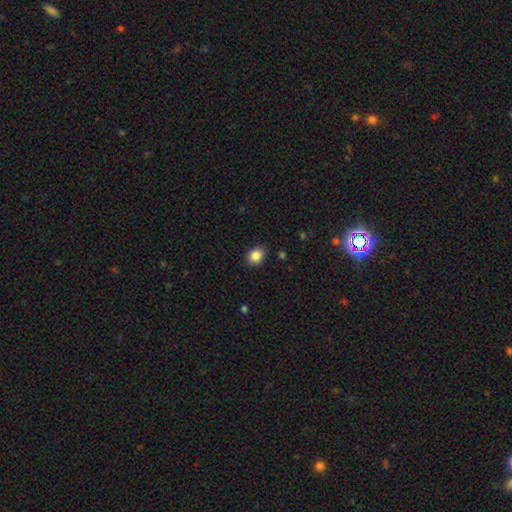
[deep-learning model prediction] Morphology: type=smooth (87%); roundness=in between (52%); merging=none (88%).